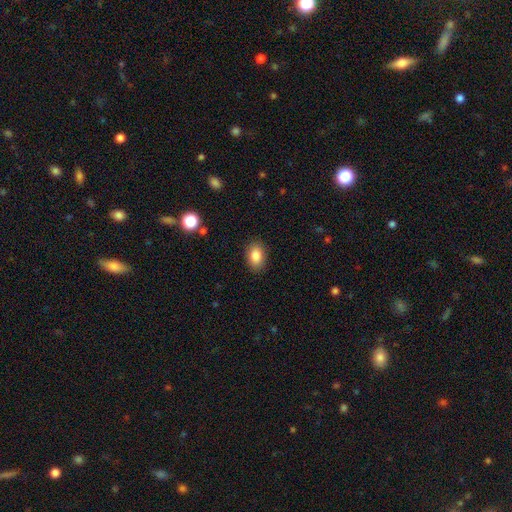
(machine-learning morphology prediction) Smooth or featured? smooth (85%)
How rounded? in between (86%)
Merging? none (87%)